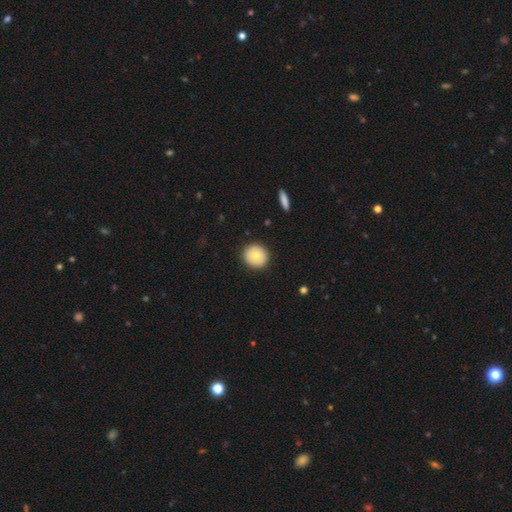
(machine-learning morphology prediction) This is likely a smooth galaxy (69%). How rounded: clearly round (93%). Merging: clearly none (91%).